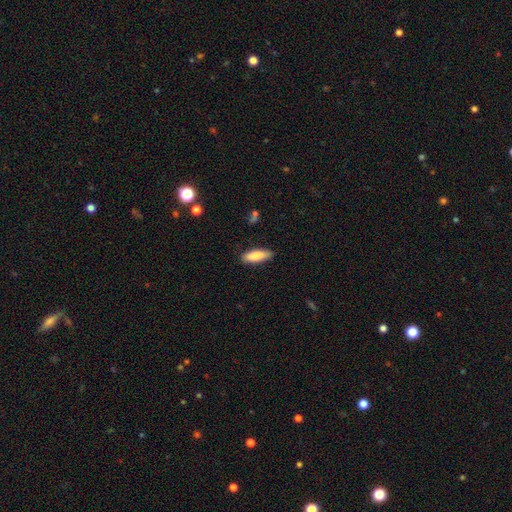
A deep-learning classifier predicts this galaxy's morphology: Q: Smooth or featured?
A: smooth (87%); runner-up: featured or disk (7%)
Q: How rounded?
A: in between (54%); runner-up: cigar-shaped (45%)
Q: Merging?
A: none (84%); runner-up: minor disturbance (13%)